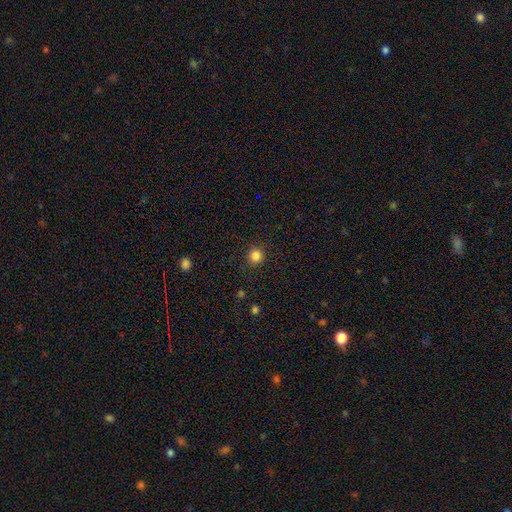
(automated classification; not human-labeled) Smooth or featured? smooth (84%)
How rounded? round (93%)
Merging? none (91%)